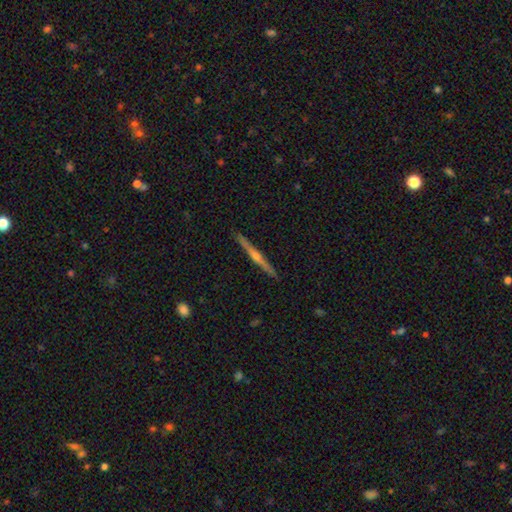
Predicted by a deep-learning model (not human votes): smooth-or-featured: featured or disk: 78% | smooth: 15% | star or artifact: 7%
  disk-edge-on: yes: 98% | no: 2%
    edge-on-bulge: rounded: 86% | none: 9% | boxy: 5%
  merging: none: 92% | minor disturbance: 6% | major disturbance: 1% | merger: 1%